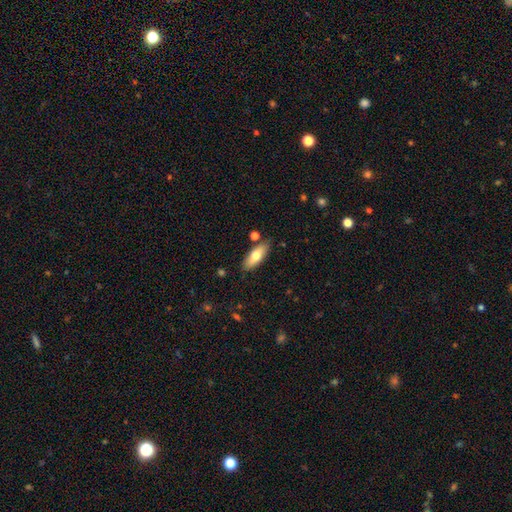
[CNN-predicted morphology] This appears to be a smooth galaxy with no disk features (71%) that is in between round and cigar-shaped (71%). Merging: none (82%).